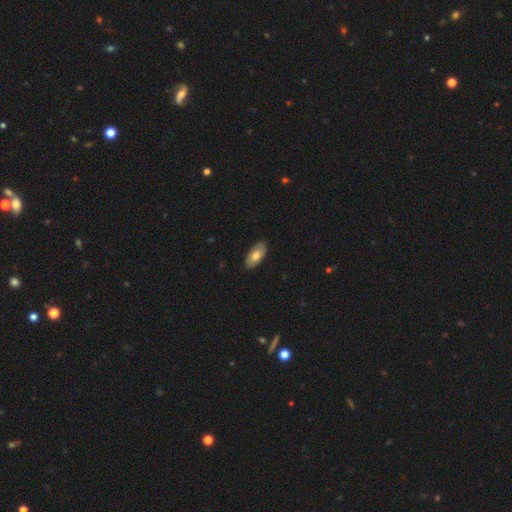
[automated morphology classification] Smooth or featured?
  - smooth: 73% *
  - featured or disk: 21%
  - star or artifact: 6%
How rounded?
  - in between: 91% *
  - cigar-shaped: 6%
  - round: 2%
Merging?
  - none: 87% *
  - minor disturbance: 10%
  - major disturbance: 2%
  - merger: 1%